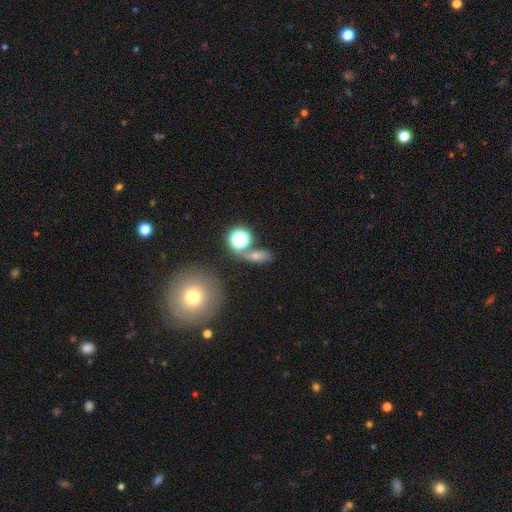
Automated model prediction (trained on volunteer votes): smooth_or_featured: smooth (p=0.54) [alt: star or artifact p=0.27]
how_rounded: round (p=0.47) [alt: in between p=0.45]
merging: none (p=0.63) [alt: merger p=0.17]